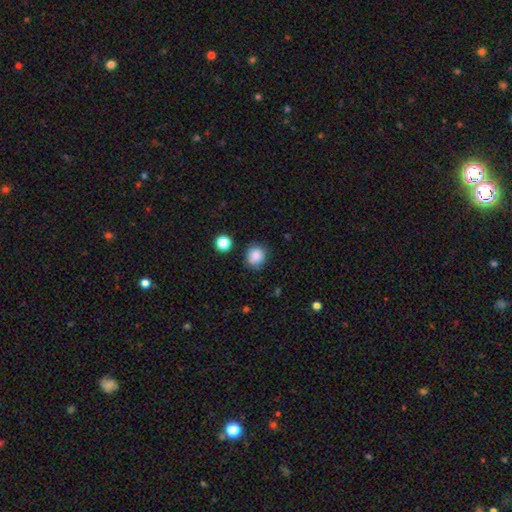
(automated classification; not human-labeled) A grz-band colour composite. It shows a smooth galaxy with no disk features (84%) that is round (86%). Merging: none (81%).